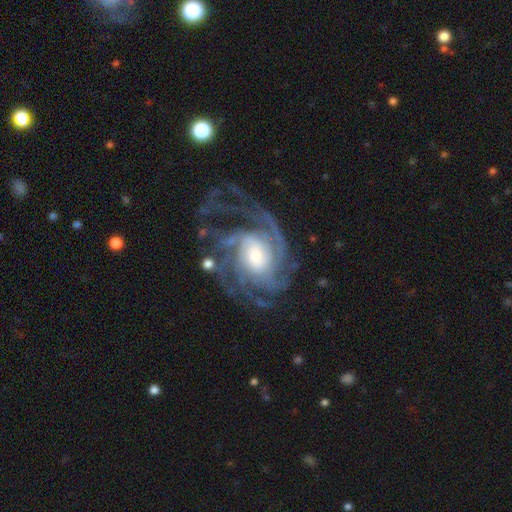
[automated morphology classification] This is clearly a featured or disk galaxy (90%). It is clearly not viewed edge-on (97%). Bar: likely no (62%). Spiral arm pattern: clearly yes (98%). Spiral arm count: marginally 4 (24%). Spiral winding: possibly tight (53%). Central bulge: marginally moderate (45%). Merging: possibly none (59%).